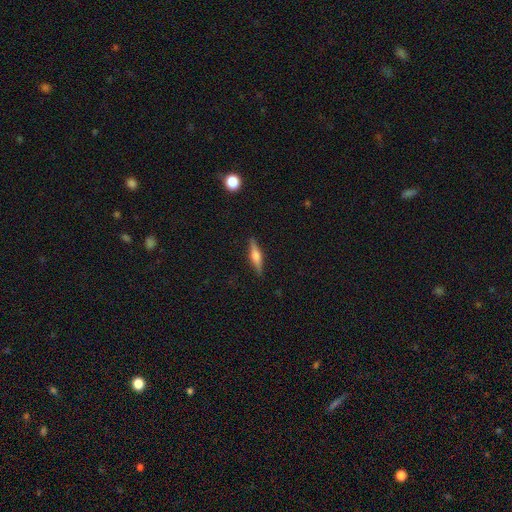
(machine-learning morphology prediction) smooth-or-featured: featured or disk: 57% | smooth: 36% | star or artifact: 7%
  disk-edge-on: yes: 97% | no: 3%
    edge-on-bulge: rounded: 83% | boxy: 12% | none: 5%
  merging: none: 89% | minor disturbance: 8% | major disturbance: 2% | merger: 1%